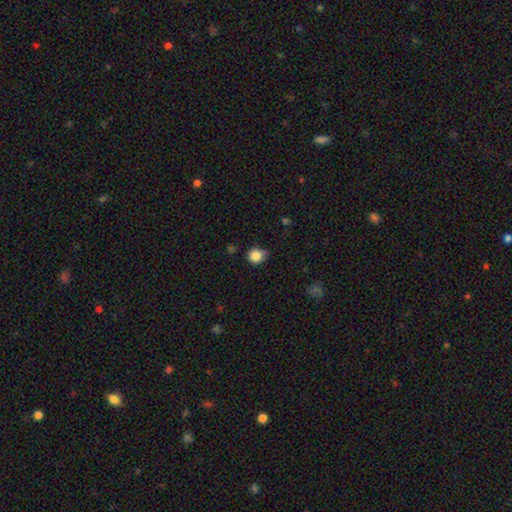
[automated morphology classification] smooth 85%, star or artifact 10%, featured or disk 5%. Down the decision tree: how rounded — round (87%); merging — none (61%).